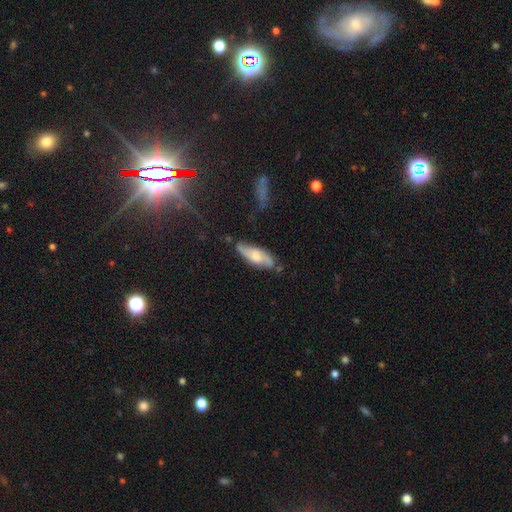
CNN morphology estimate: A featured or disk galaxy (49%).

Vote fractions:
- Smooth or featured? featured or disk: 49% / smooth: 45% / star or artifact: 6%
- Merging? none: 66% / minor disturbance: 24% / major disturbance: 6% / merger: 4%